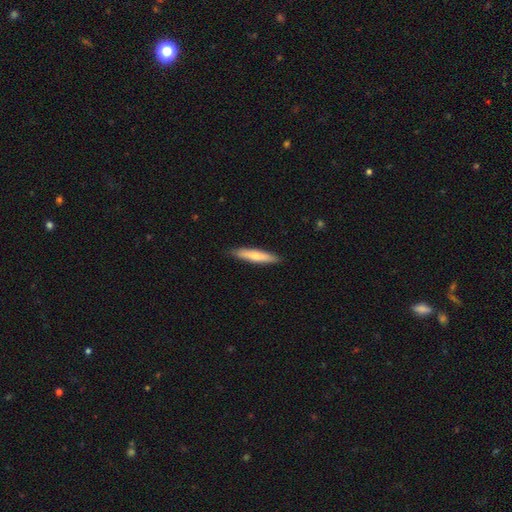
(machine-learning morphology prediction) type=smooth (69%); roundness=cigar-shaped (87%); merging=none (87%).